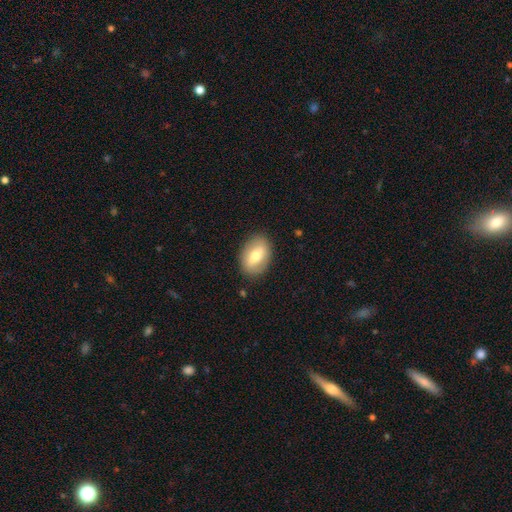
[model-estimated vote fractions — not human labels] smooth-or-featured: smooth: 63% | featured or disk: 30% | star or artifact: 7%
  how-rounded: in between: 83% | round: 16% | cigar-shaped: 2%
  merging: none: 86% | minor disturbance: 10% | major disturbance: 3% | merger: 1%